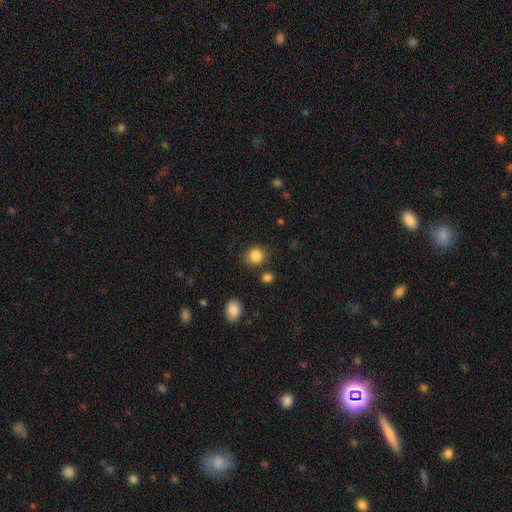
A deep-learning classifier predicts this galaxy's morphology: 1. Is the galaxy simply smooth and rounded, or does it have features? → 86% smooth, 10% star or artifact, 4% featured or disk.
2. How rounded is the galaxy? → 78% round, 22% in between, 1% cigar-shaped.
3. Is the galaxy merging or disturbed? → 80% none, 12% minor disturbance, 4% merger, 4% major disturbance.